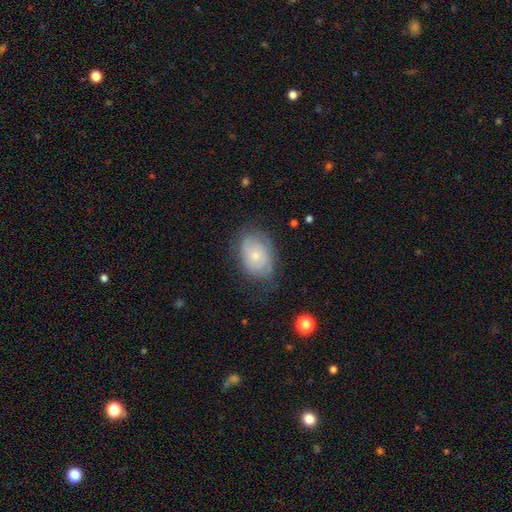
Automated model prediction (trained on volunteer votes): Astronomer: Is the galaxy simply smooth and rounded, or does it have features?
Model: smooth — 52% (runner-up: featured or disk, 40%).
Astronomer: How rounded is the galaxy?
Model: in between — 74%.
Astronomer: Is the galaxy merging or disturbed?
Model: none — 64%.